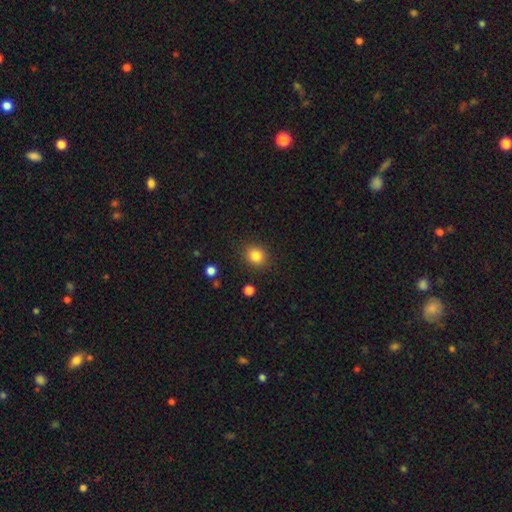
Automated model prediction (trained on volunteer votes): smooth 84%, star or artifact 11%, featured or disk 5%. Down the decision tree: how rounded — round (76%); merging — none (89%).